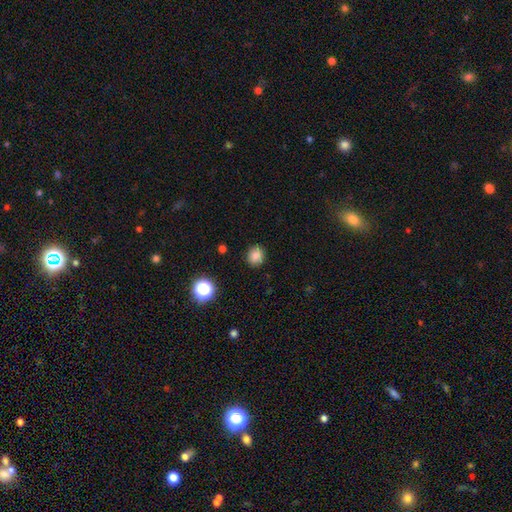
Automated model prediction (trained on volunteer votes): Smooth or featured?
  - smooth: 82% *
  - star or artifact: 12%
  - featured or disk: 6%
How rounded?
  - round: 77% *
  - in between: 22%
  - cigar-shaped: 1%
Merging?
  - none: 89% *
  - minor disturbance: 8%
  - major disturbance: 2%
  - merger: 1%